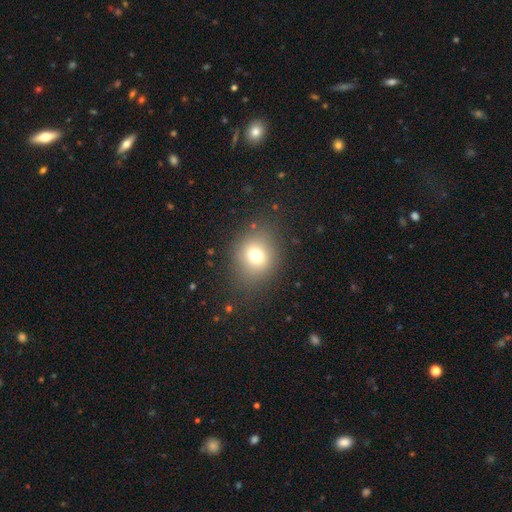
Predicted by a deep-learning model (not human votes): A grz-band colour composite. It shows a smooth galaxy with no disk features (72%) that is round (71%). Merging: none (82%).